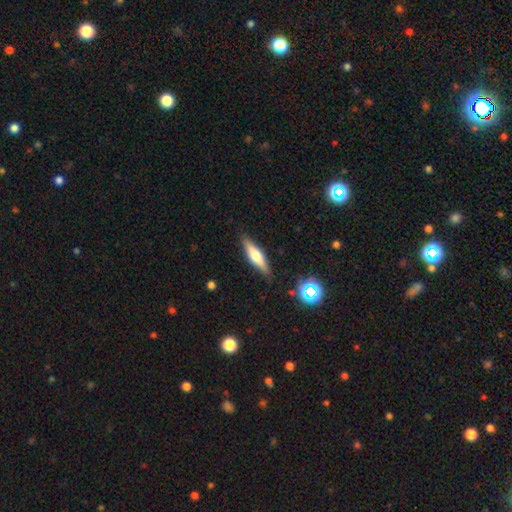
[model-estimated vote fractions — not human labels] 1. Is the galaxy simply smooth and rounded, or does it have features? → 49% smooth, 44% featured or disk, 8% star or artifact.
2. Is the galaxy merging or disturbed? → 85% none, 11% minor disturbance, 2% major disturbance, 2% merger.